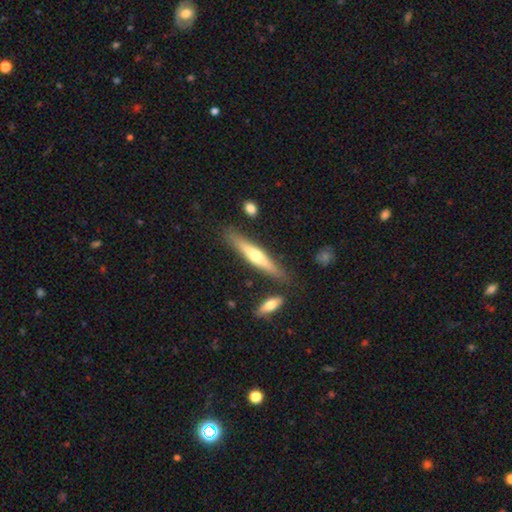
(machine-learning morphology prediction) Smooth or featured?
  - featured or disk: 58% *
  - smooth: 36%
  - star or artifact: 6%
Edge-on disk?
  - yes: 95% *
  - no: 5%
Edge-on bulge?
  - rounded: 87% *
  - none: 9%
  - boxy: 4%
Merging?
  - none: 83% *
  - minor disturbance: 11%
  - merger: 4%
  - major disturbance: 2%